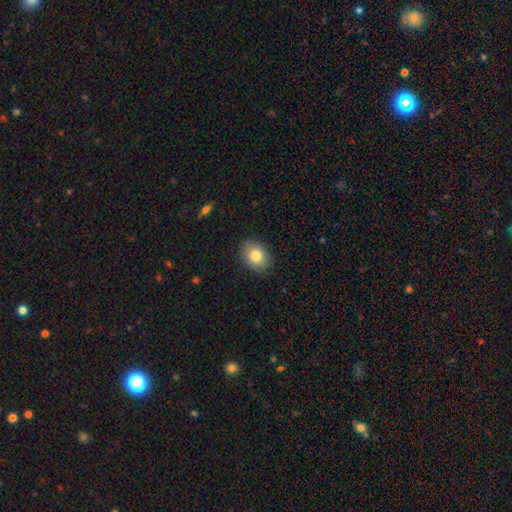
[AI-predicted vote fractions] This is clearly a smooth galaxy (83%). How rounded: likely in between (66%). Merging: clearly none (87%).